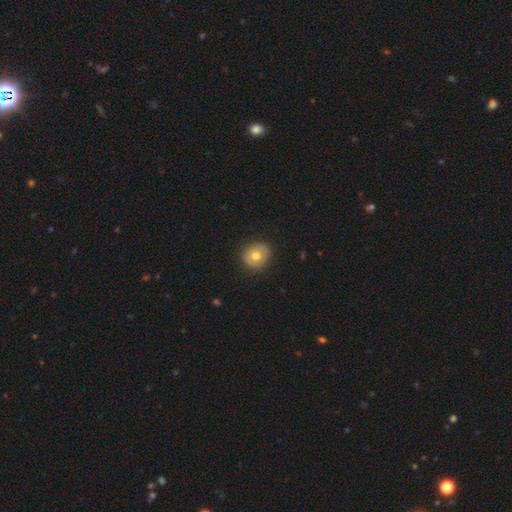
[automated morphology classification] Smooth or featured? smooth (70%)
How rounded? round (82%)
Merging? none (86%)